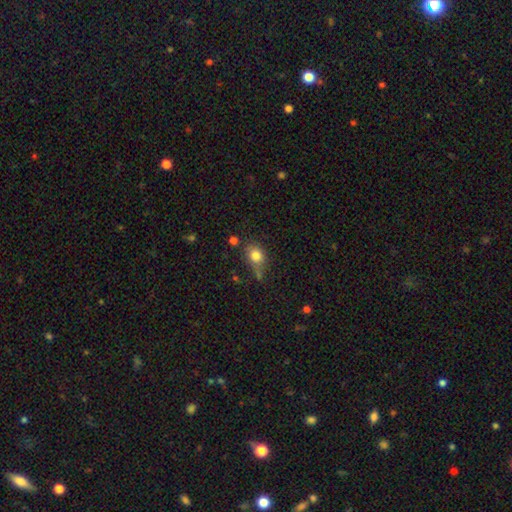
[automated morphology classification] Smooth or featured?
  - smooth: 80% *
  - star or artifact: 11%
  - featured or disk: 9%
How rounded?
  - round: 53% *
  - in between: 46%
  - cigar-shaped: 1%
Merging?
  - none: 58% *
  - minor disturbance: 23%
  - merger: 11%
  - major disturbance: 8%